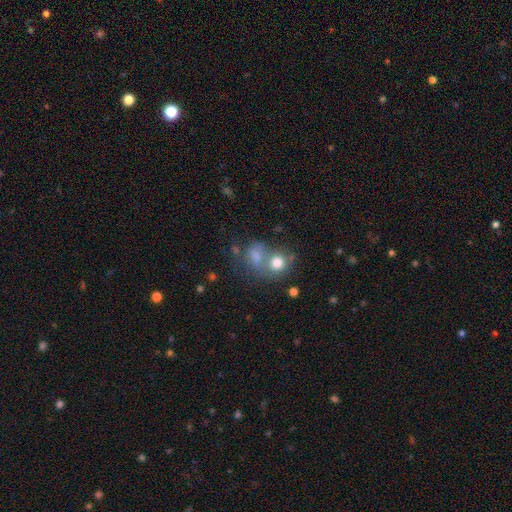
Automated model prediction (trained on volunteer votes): smooth_or_featured: smooth (p=0.72) [alt: featured or disk p=0.15]
how_rounded: round (p=0.57) [alt: in between p=0.42]
merging: merger (p=0.51) [alt: none p=0.29]